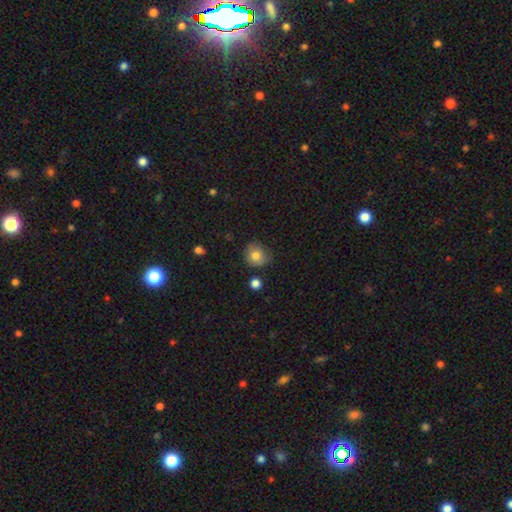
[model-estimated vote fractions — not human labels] Smooth or featured?
  - smooth: 80% *
  - featured or disk: 11%
  - star or artifact: 10%
How rounded?
  - round: 79% *
  - in between: 20%
  - cigar-shaped: 1%
Merging?
  - none: 68% *
  - minor disturbance: 24%
  - major disturbance: 5%
  - merger: 3%